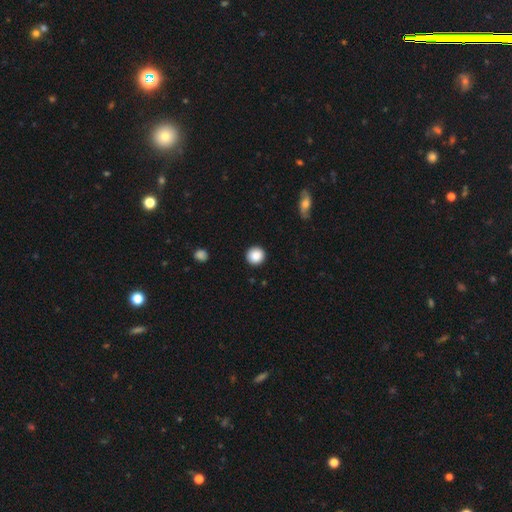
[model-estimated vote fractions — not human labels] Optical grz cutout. It shows a smooth galaxy with no disk features (88%) that is round (95%). Merging: none (92%).